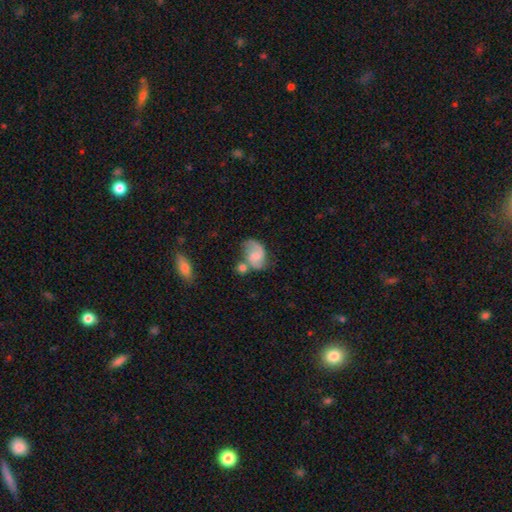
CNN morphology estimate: Smooth or featured?
  - featured or disk: 52% *
  - smooth: 39%
  - star or artifact: 9%
Edge-on disk?
  - no: 97% *
  - yes: 3%
Bar?
  - no: 57% *
  - weak: 36%
  - strong: 7%
Spiral arms?
  - yes: 86% *
  - no: 14%
Bulge size?
  - none: 39% *
  - small: 30%
  - moderate: 21%
  - large: 7%
  - dominant: 2%
Merging?
  - none: 39% *
  - merger: 24%
  - minor disturbance: 23%
  - major disturbance: 14%